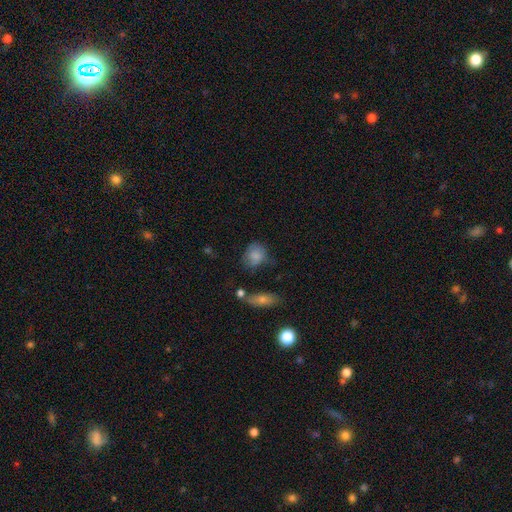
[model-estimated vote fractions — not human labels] Morphology: type=smooth (78%); roundness=round (59%); merging=none (54%).